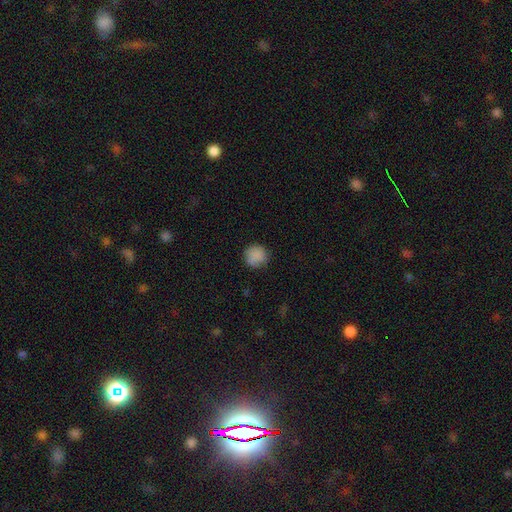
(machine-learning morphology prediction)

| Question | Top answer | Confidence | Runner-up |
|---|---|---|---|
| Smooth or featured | smooth | 86% | star or artifact (9%) |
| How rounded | round | 92% | in between (7%) |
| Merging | none | 83% | minor disturbance (12%) |